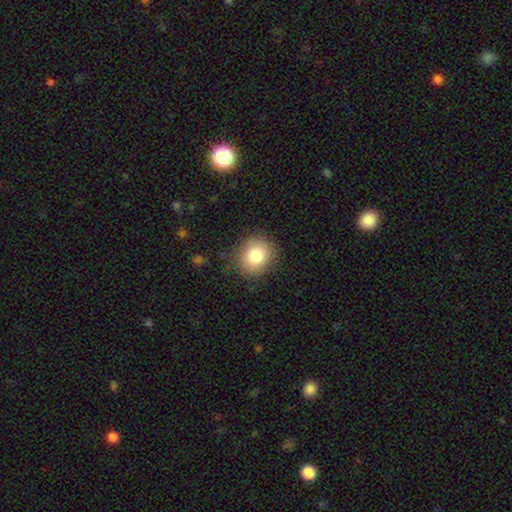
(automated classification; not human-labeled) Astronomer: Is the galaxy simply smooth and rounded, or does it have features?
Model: smooth — 82%.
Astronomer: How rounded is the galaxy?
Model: round — 76%.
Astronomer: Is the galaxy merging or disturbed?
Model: none — 83%.